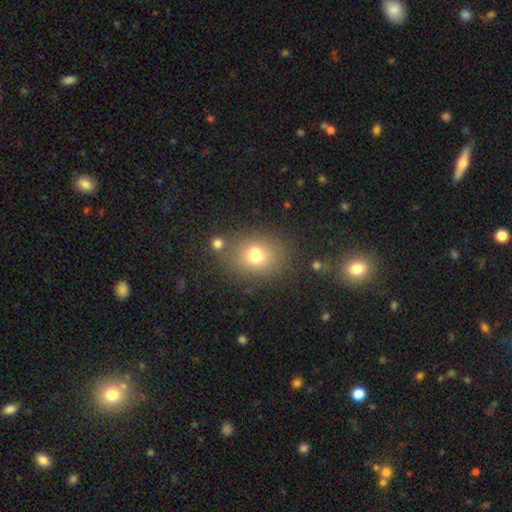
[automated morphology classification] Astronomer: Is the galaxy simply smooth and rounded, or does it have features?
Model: smooth — 69%.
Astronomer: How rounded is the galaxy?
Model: round — 55% (runner-up: in between, 44%).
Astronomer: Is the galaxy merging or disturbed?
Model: none — 61%.